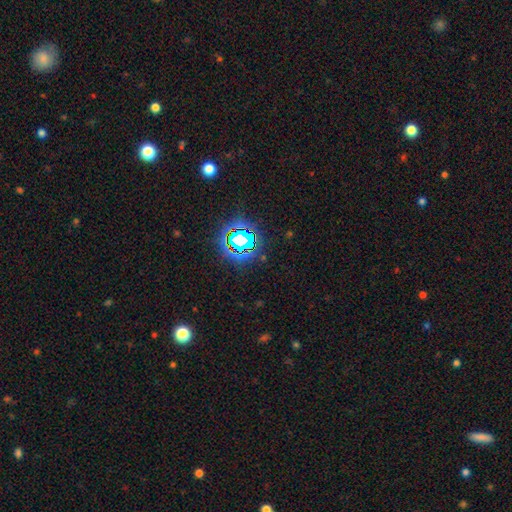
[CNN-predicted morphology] Smooth or featured: star or artifact — 80% (smooth — 13%)